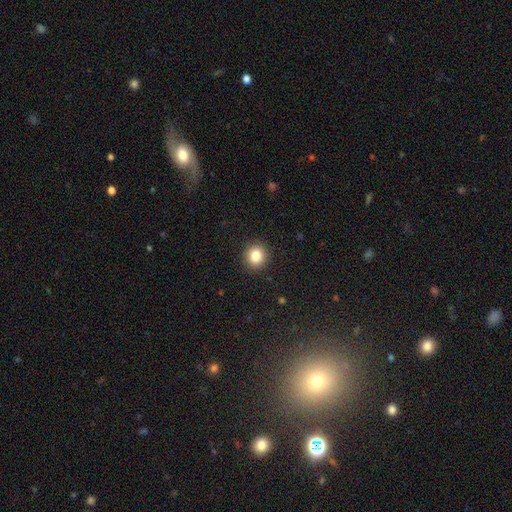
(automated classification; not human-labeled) Smooth or featured?
  - smooth: 84% *
  - star or artifact: 10%
  - featured or disk: 6%
How rounded?
  - round: 88% *
  - in between: 11%
  - cigar-shaped: 1%
Merging?
  - none: 92% *
  - minor disturbance: 6%
  - major disturbance: 2%
  - merger: 1%